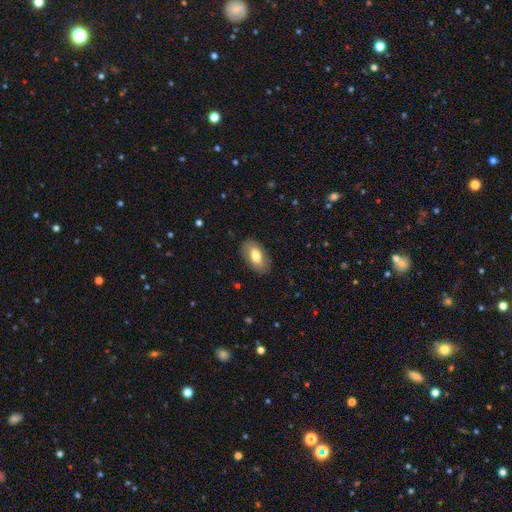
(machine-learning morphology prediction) This is likely a smooth galaxy (74%). How rounded: clearly in between (93%). Merging: clearly none (85%).